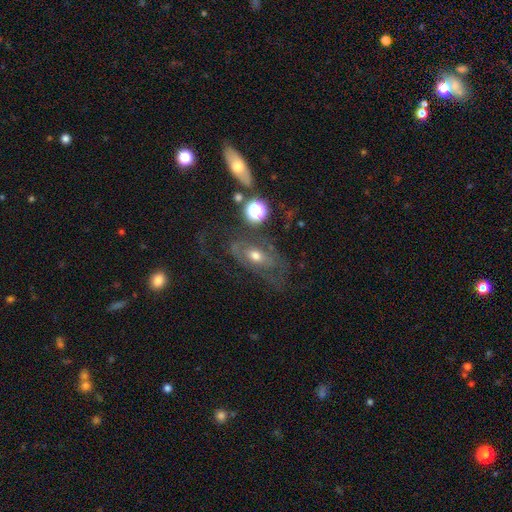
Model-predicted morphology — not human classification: Q: Smooth or featured?
A: featured or disk (63%); runner-up: smooth (26%)
Q: Edge-on disk?
A: no (89%); runner-up: yes (11%)
Q: Bar?
A: no (75%); runner-up: weak (19%)
Q: Spiral arms?
A: yes (66%); runner-up: no (34%)
Q: Bulge size?
A: moderate (66%); runner-up: small (23%)
Q: Merging?
A: none (53%); runner-up: major disturbance (24%)